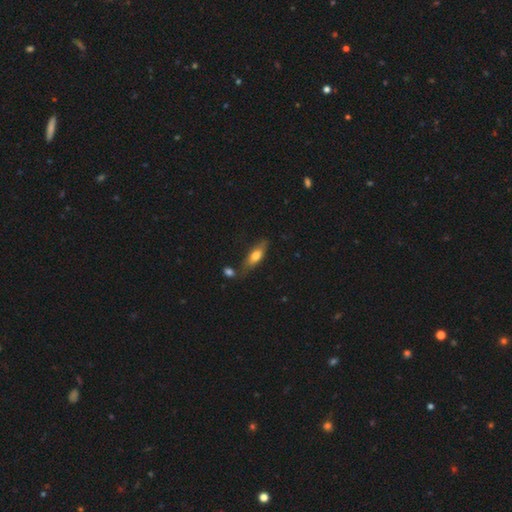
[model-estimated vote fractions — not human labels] Morphology: type=smooth (62%); roundness=in between (54%); merging=none (69%).